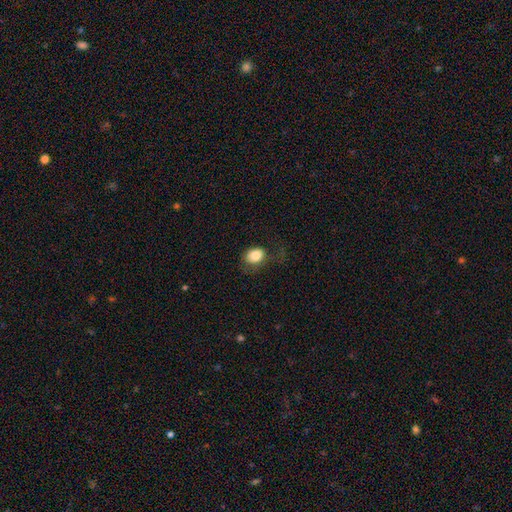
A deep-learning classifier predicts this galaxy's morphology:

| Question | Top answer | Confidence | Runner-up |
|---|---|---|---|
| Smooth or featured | smooth | 82% | featured or disk (10%) |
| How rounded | in between | 55% | round (44%) |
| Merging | none | 53% | minor disturbance (23%) |